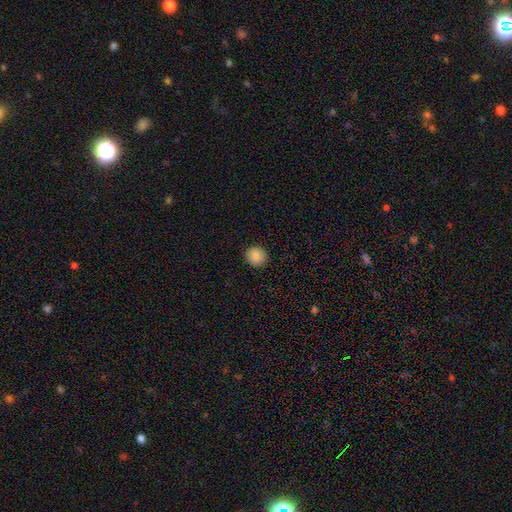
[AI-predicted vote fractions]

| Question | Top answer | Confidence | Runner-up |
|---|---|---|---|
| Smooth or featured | smooth | 86% | star or artifact (9%) |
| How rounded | round | 91% | in between (8%) |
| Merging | none | 91% | minor disturbance (6%) |